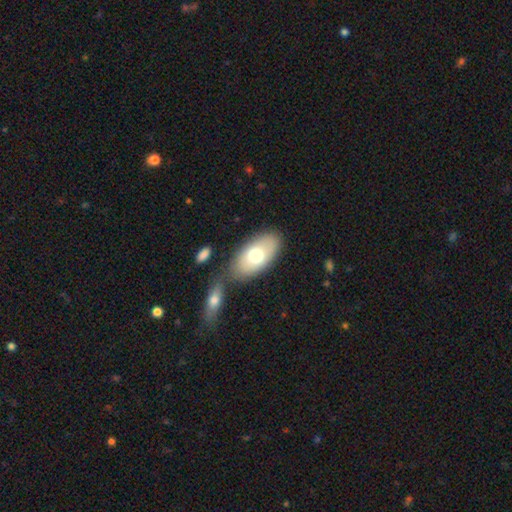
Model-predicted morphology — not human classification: Overall: smooth (71%). How rounded: in between (93%). Merging: none (66%).